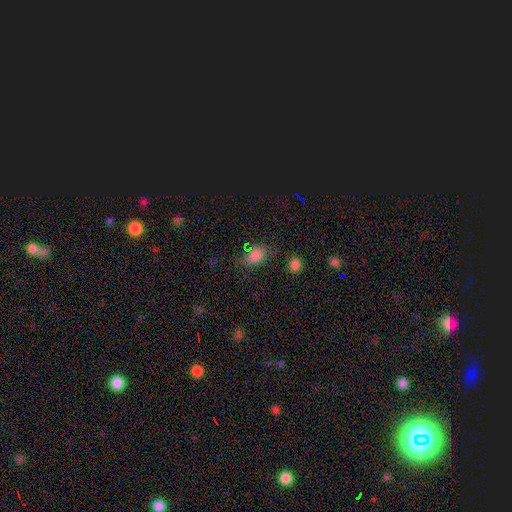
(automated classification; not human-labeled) smooth 80%, star or artifact 14%, featured or disk 6%. Down the decision tree: how rounded — in between (81%); merging — none (69%).